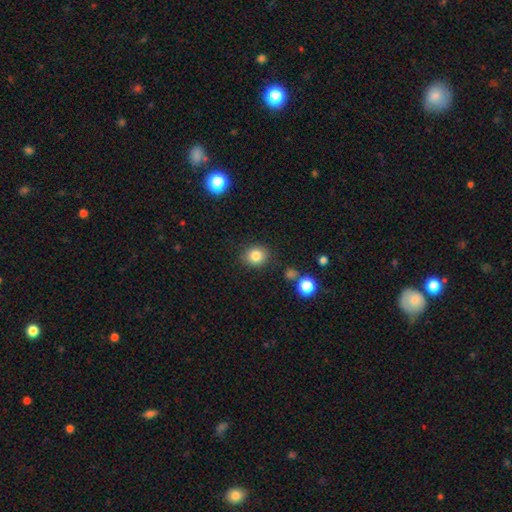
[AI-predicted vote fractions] Overall: smooth (83%). How rounded: round (79%). Merging: none (86%).